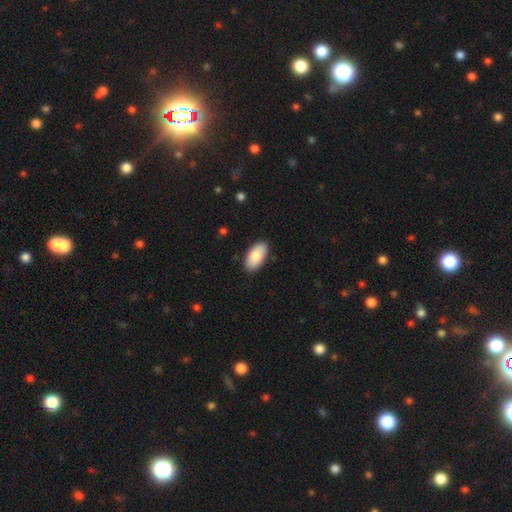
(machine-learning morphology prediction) Smooth or featured?
  - smooth: 83% *
  - featured or disk: 11%
  - star or artifact: 6%
How rounded?
  - in between: 95% *
  - cigar-shaped: 2%
  - round: 2%
Merging?
  - none: 88% *
  - minor disturbance: 9%
  - major disturbance: 2%
  - merger: 1%